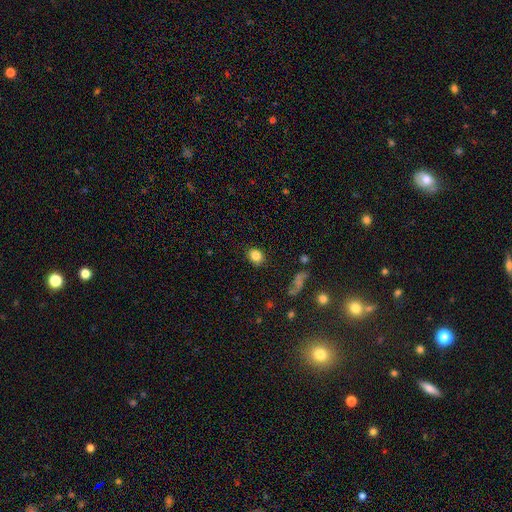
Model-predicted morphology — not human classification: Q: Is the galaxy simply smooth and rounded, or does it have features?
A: smooth — 82%.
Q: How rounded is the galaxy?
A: round — 60%.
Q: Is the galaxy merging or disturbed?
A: none — 85%.